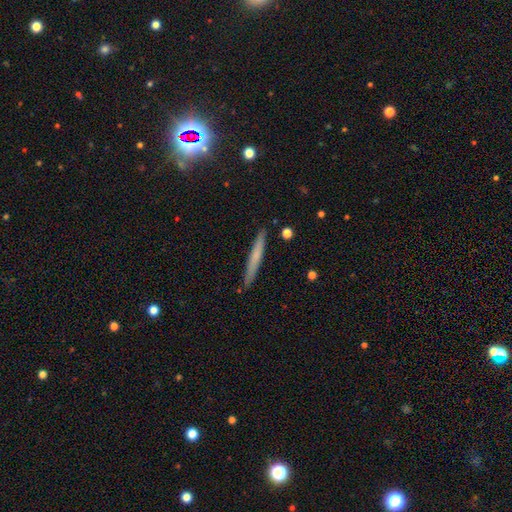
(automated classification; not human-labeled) A smooth galaxy with no disk features (59%) that is cigar-shaped (96%).

Vote fractions:
- Smooth or featured? smooth: 59% / featured or disk: 35% / star or artifact: 6%
- How rounded? cigar-shaped: 96% / in between: 2% / round: 1%
- Merging? none: 89% / minor disturbance: 8% / merger: 2% / major disturbance: 1%